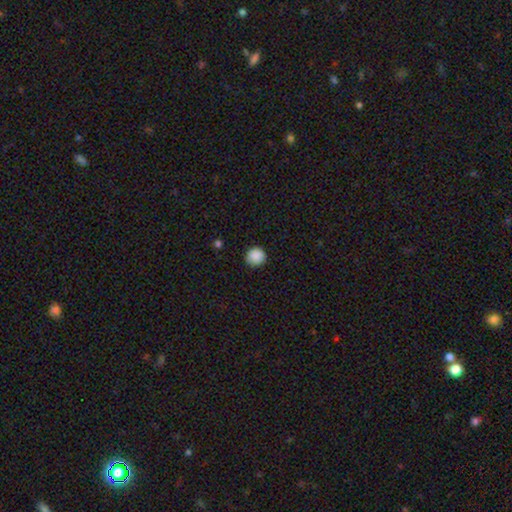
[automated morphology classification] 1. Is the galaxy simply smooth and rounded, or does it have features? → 88% smooth, 9% star or artifact, 2% featured or disk.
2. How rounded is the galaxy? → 92% round, 7% in between, 1% cigar-shaped.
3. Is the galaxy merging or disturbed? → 89% none, 8% minor disturbance, 2% major disturbance, 1% merger.